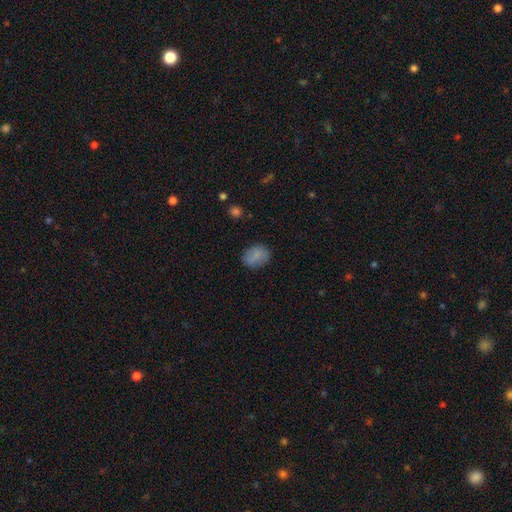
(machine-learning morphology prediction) This is clearly a smooth galaxy (80%). How rounded: possibly in between (59%). Merging: likely none (79%).